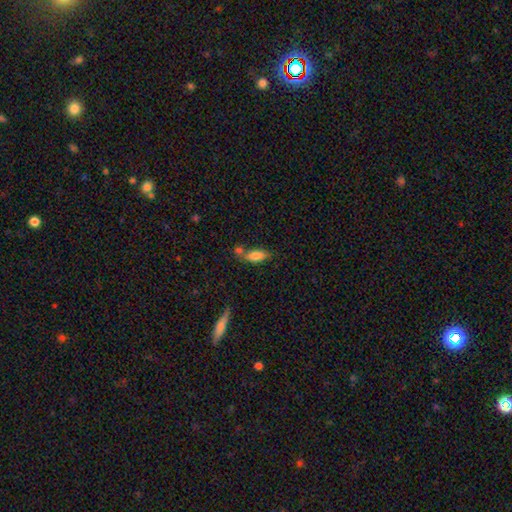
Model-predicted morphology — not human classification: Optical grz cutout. It shows a smooth galaxy with no disk features (79%) that is in between round and cigar-shaped (74%). Merging: none (54%).